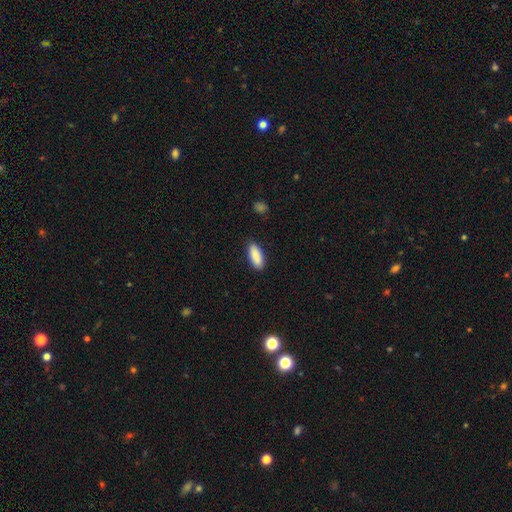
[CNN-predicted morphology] Q: Smooth or featured?
A: smooth (89%); runner-up: star or artifact (6%)
Q: How rounded?
A: in between (81%); runner-up: cigar-shaped (18%)
Q: Merging?
A: none (88%); runner-up: minor disturbance (9%)